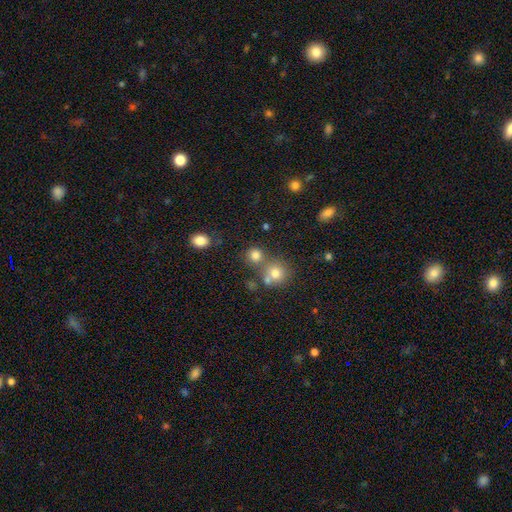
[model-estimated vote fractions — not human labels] Morphology: type=smooth (78%); roundness=round (87%); merging=none (63%).